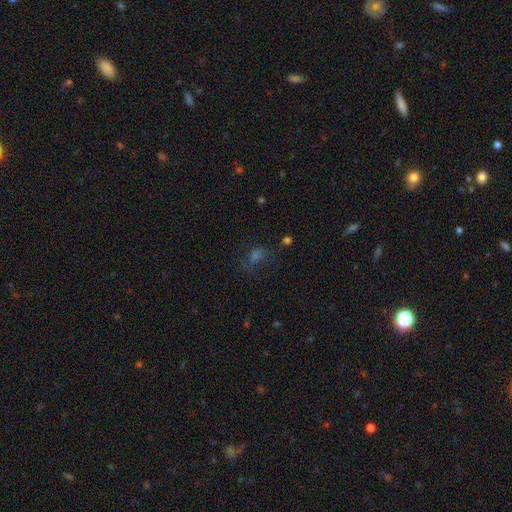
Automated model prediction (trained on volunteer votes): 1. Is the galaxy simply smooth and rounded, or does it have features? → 43% smooth, 39% star or artifact, 18% featured or disk.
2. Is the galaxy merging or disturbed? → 62% none, 19% minor disturbance, 15% major disturbance, 4% merger.